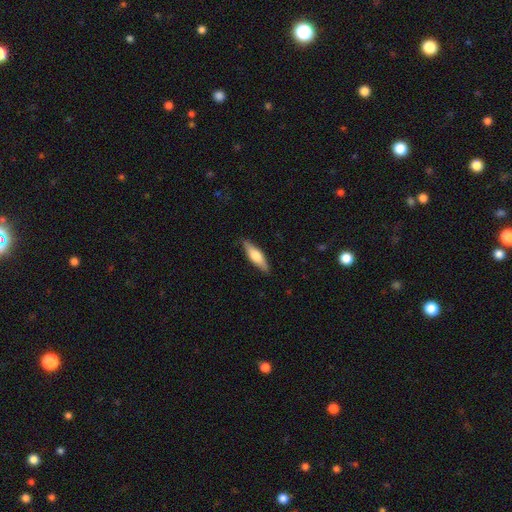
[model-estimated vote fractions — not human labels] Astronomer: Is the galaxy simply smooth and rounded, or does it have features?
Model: smooth — 63%.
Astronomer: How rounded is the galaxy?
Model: cigar-shaped — 56% (runner-up: in between, 42%).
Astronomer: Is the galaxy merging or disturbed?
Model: none — 86%.